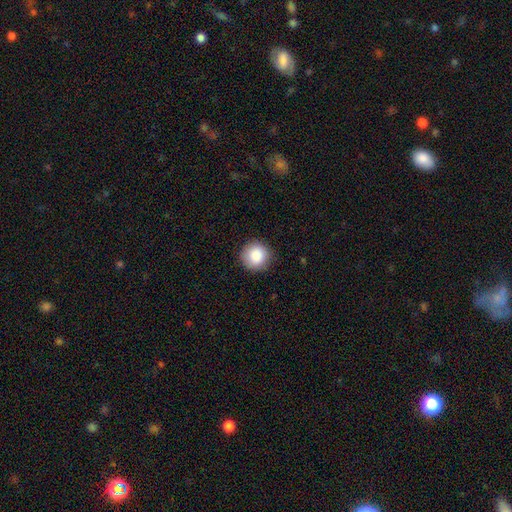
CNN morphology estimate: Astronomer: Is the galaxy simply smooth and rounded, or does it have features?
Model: smooth — 87%.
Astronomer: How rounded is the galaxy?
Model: round — 94%.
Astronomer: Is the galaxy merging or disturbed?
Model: none — 89%.